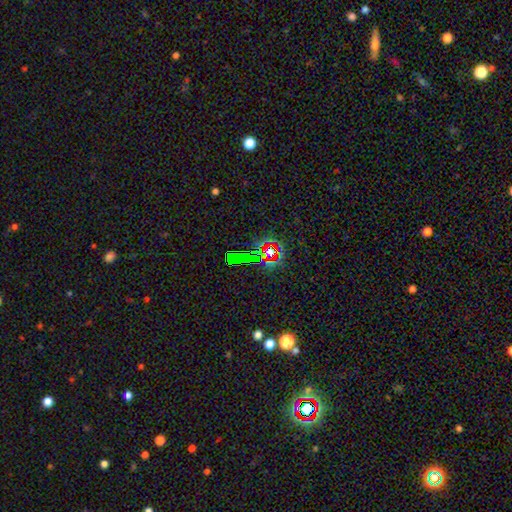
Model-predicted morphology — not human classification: Smooth or featured? star or artifact (65%)